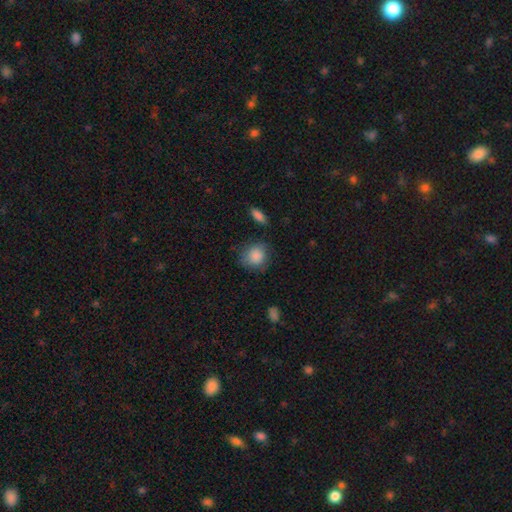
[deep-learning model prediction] Smooth or featured?
  - smooth: 87% *
  - star or artifact: 7%
  - featured or disk: 6%
How rounded?
  - round: 79% *
  - in between: 20%
  - cigar-shaped: 1%
Merging?
  - none: 72% *
  - minor disturbance: 20%
  - major disturbance: 6%
  - merger: 2%